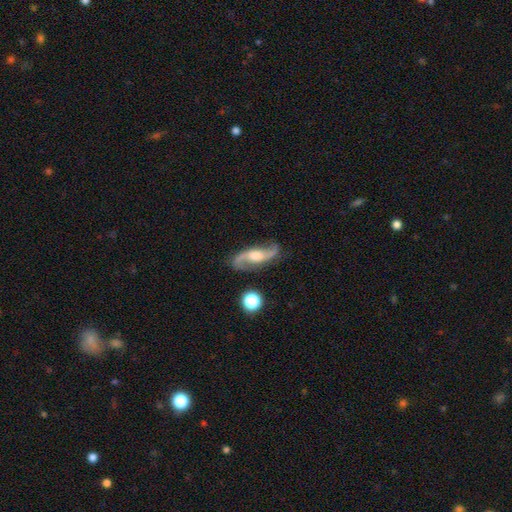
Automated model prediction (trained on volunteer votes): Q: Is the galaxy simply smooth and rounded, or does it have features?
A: featured or disk — 87%.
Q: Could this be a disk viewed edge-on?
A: no — 92%.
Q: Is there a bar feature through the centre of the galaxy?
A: no — 45%.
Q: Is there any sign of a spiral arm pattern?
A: yes — 97%.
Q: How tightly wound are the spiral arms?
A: loose — 65%.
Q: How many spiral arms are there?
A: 2 — 94%.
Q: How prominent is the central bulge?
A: moderate — 54%.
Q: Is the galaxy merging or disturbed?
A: none — 80%.